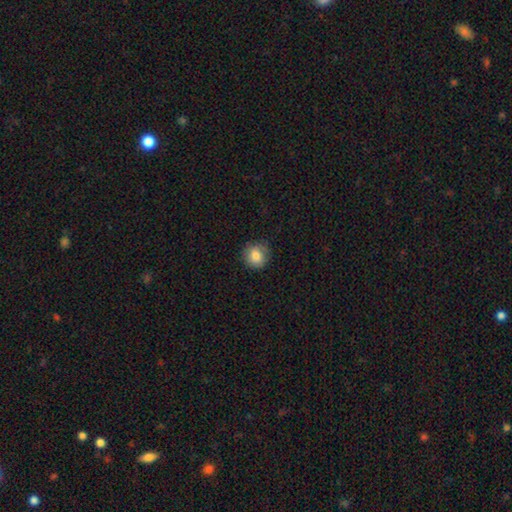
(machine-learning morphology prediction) This appears to be a smooth galaxy with no disk features (83%) that is round (89%). Merging: none (81%).